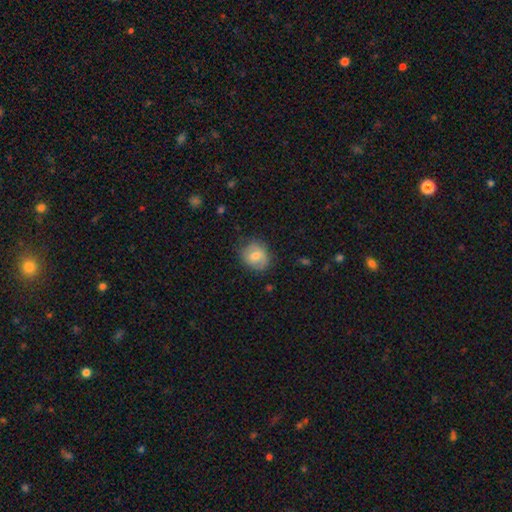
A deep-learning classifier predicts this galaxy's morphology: Overall: smooth (71%). How rounded: round (68%; in between 31%). Merging: none (74%).